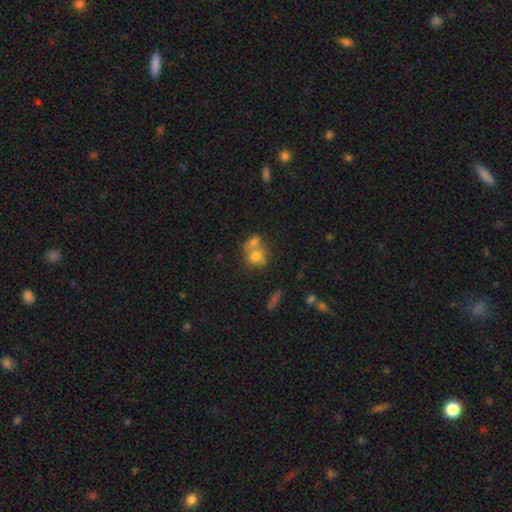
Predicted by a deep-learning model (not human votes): Smooth or featured: smooth — 69% (featured or disk — 19%)
How rounded: round — 62% (in between — 37%)
Merging: merger — 55% (none — 30%)